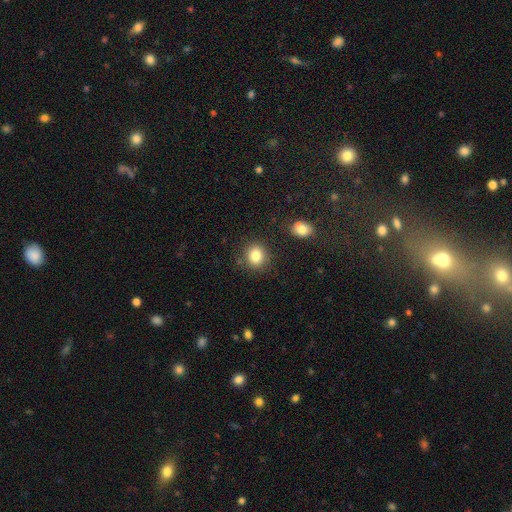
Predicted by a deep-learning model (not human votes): smooth_or_featured: smooth (p=0.84) [alt: star or artifact p=0.10]
how_rounded: round (p=0.76) [alt: in between p=0.23]
merging: none (p=0.84) [alt: minor disturbance p=0.09]